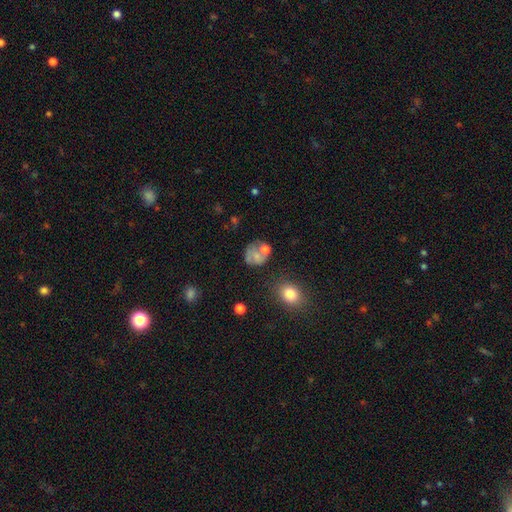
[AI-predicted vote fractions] Morphology: type=smooth (55%); roundness=round (70%); merging=none (44%).